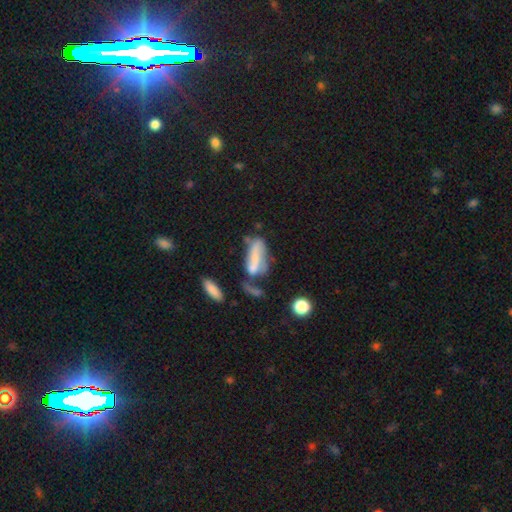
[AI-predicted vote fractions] The model was most divided on "merging": merger: 30%, major disturbance: 27%, none: 23%, minor disturbance: 20%. More confident: how rounded — in between (69%); smooth or featured — smooth (56%).